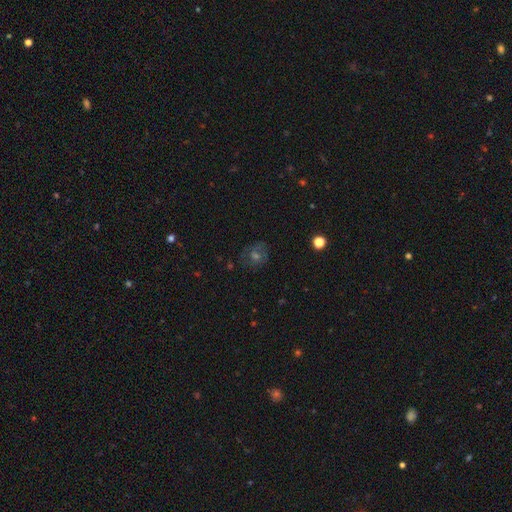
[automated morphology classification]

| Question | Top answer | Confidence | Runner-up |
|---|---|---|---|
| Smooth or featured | featured or disk | 37% | smooth (36%) |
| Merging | none | 74% | minor disturbance (16%) |